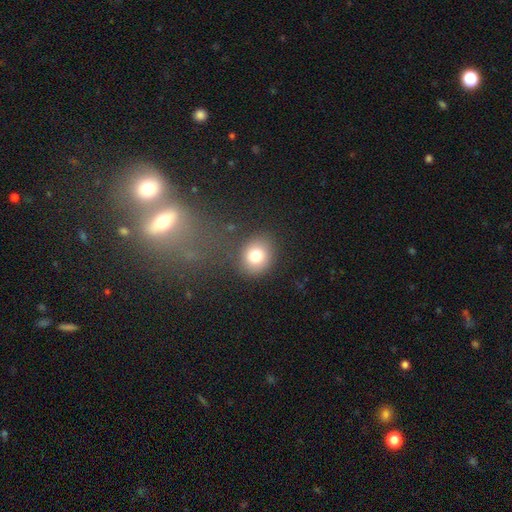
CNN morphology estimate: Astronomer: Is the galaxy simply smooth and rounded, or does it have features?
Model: smooth — 78%.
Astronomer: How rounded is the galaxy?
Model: round — 70%.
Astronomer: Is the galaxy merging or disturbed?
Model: none — 82%.